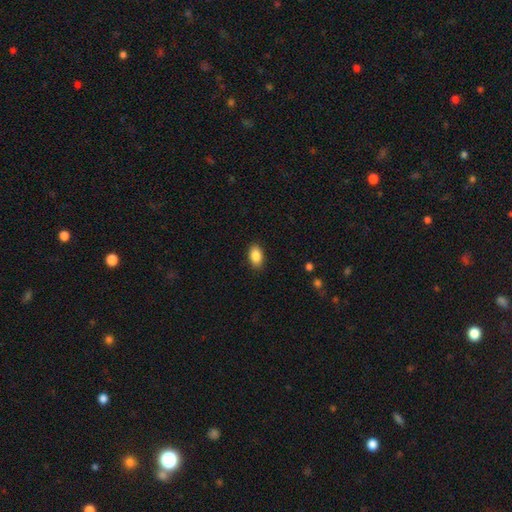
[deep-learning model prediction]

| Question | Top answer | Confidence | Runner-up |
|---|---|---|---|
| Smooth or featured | smooth | 88% | star or artifact (8%) |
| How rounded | in between | 90% | round (8%) |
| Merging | none | 88% | minor disturbance (8%) |